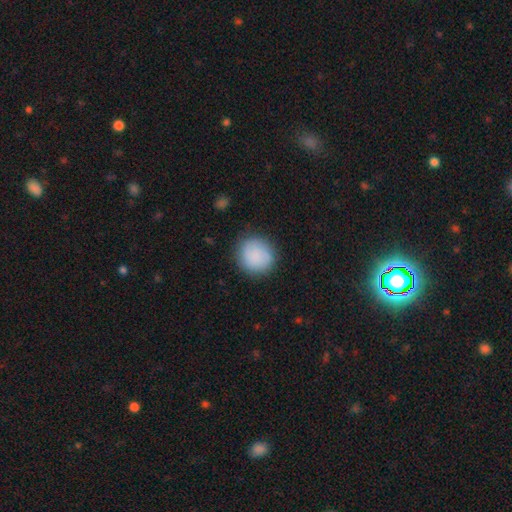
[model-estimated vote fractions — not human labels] Smooth or featured?
  - smooth: 85% *
  - featured or disk: 8%
  - star or artifact: 7%
How rounded?
  - round: 89% *
  - in between: 10%
  - cigar-shaped: 1%
Merging?
  - none: 83% *
  - minor disturbance: 12%
  - major disturbance: 4%
  - merger: 1%